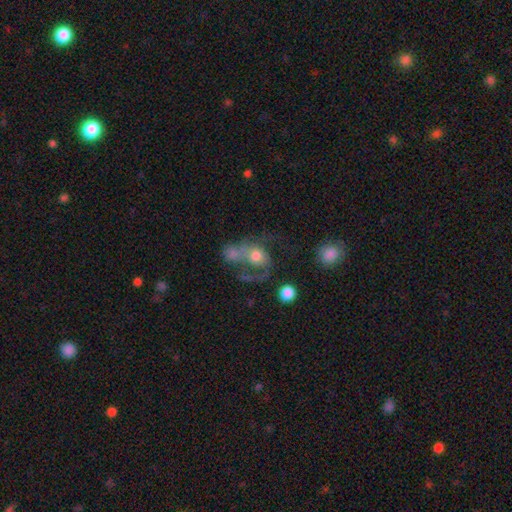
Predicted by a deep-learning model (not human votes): Q: Smooth or featured?
A: featured or disk (46%); runner-up: smooth (42%)
Q: Merging?
A: merger (39%); runner-up: major disturbance (28%)